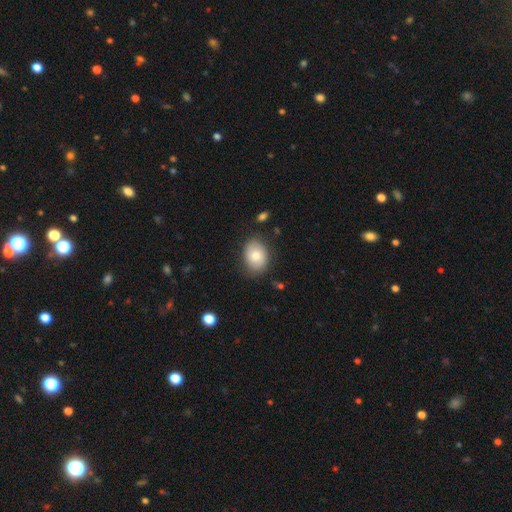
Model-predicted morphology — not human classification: type=smooth (75%); roundness=in between (63%); merging=none (80%).